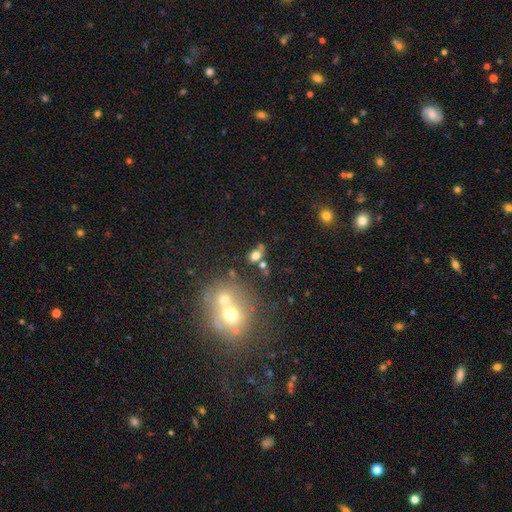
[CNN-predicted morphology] smooth_or_featured: smooth (p=0.71) [alt: star or artifact p=0.15]
how_rounded: in between (p=0.72) [alt: round p=0.25]
merging: none (p=0.49) [alt: merger p=0.29]